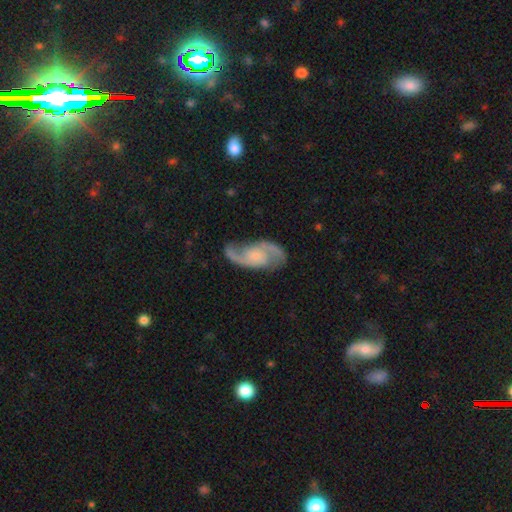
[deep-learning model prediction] The model was most divided on "spiral winding": medium: 51%, loose: 34%, tight: 15%. More confident: spiral arms — yes (98%); edge-on disk — no (97%); spiral arm count — 2 (93%); smooth or featured — featured or disk (89%); merging — none (78%); bar — no (60%); bulge size — small (55%).